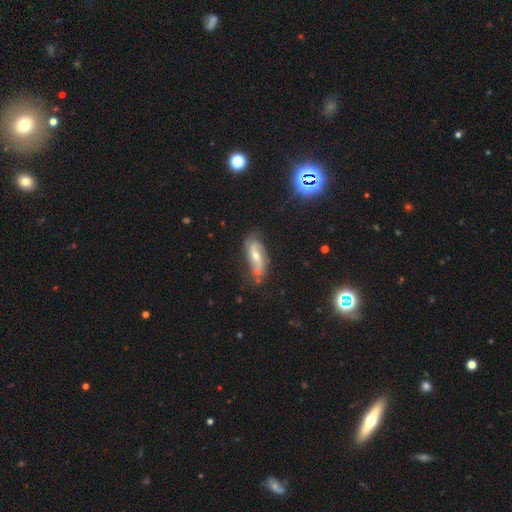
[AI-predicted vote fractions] The model was most divided on "bar": no: 43%, weak: 36%, strong: 21%. More confident: spiral arms — yes (89%); spiral arm count — 2 (85%); edge-on disk — no (84%); smooth or featured — featured or disk (71%); merging — none (67%); spiral winding — loose (56%); bulge size — moderate (53%).